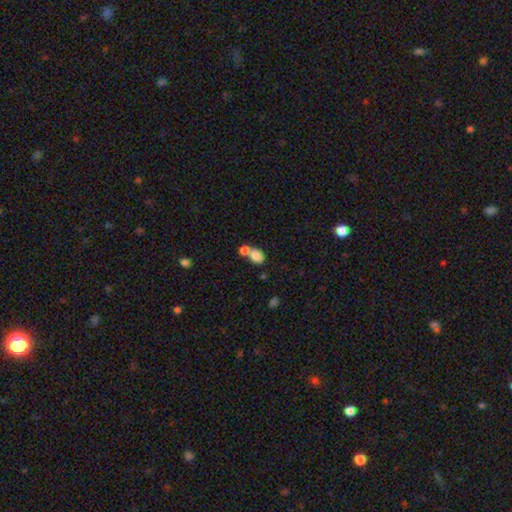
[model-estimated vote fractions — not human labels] A smooth galaxy with no disk features (82%) that is in between round and cigar-shaped (76%).

Vote fractions:
- Smooth or featured? smooth: 82% / featured or disk: 9% / star or artifact: 9%
- How rounded? in between: 76% / round: 23% / cigar-shaped: 1%
- Merging? merger: 54% / none: 32% / minor disturbance: 9% / major disturbance: 5%